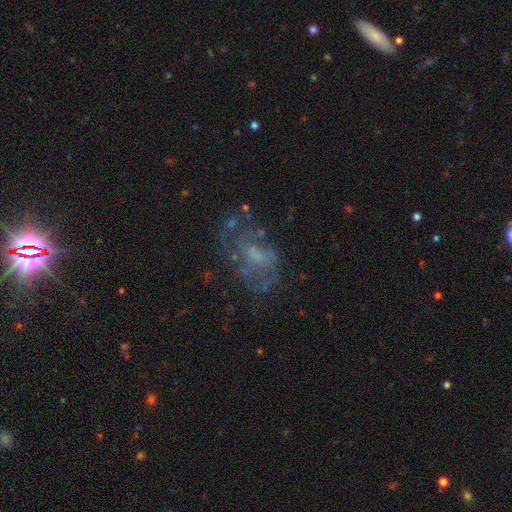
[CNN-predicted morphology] A featured or disk galaxy (63%) with no bar (65%), spiral arms (57%) and no central bulge (33%).

Vote fractions:
- Smooth or featured? featured or disk: 63% / smooth: 23% / star or artifact: 14%
- Edge-on disk? no: 97% / yes: 3%
- Bar? no: 65% / weak: 30% / strong: 5%
- Spiral arms? yes: 57% / no: 43%
- Bulge size? none: 33% / small: 31% / moderate: 29% / large: 5% / dominant: 1%
- Merging? none: 50% / major disturbance: 25% / minor disturbance: 20% / merger: 5%